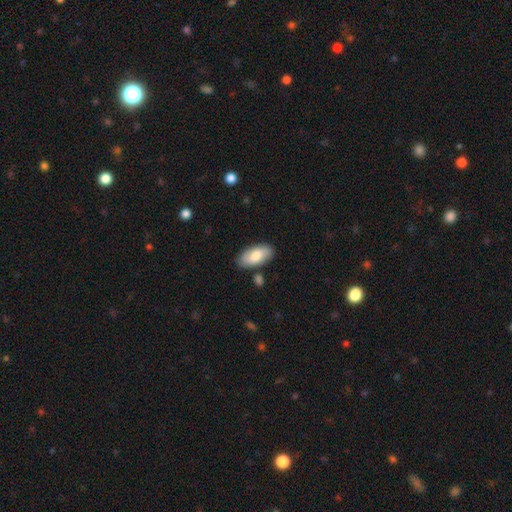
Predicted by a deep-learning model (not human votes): smooth 73%, featured or disk 21%, star or artifact 6%. Down the decision tree: how rounded — in between (93%); merging — none (80%).